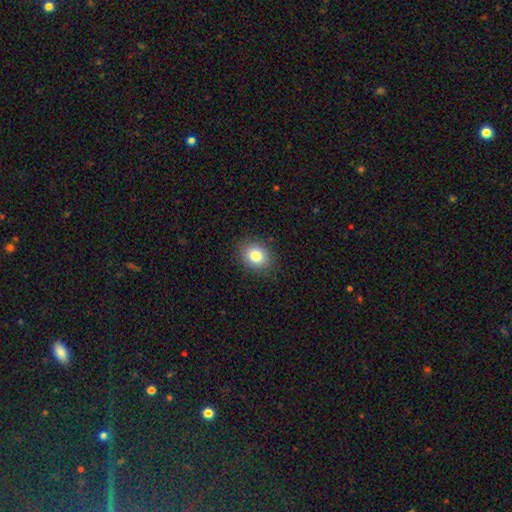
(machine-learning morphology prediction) This is clearly a smooth galaxy (81%). How rounded: likely round (62%). Merging: clearly none (88%).